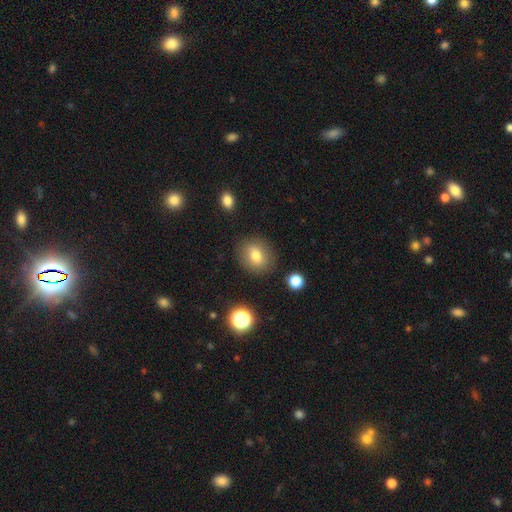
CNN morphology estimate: smooth_or_featured: smooth (p=0.76) [alt: featured or disk p=0.12]
how_rounded: round (p=0.63) [alt: in between p=0.36]
merging: none (p=0.85) [alt: minor disturbance p=0.10]